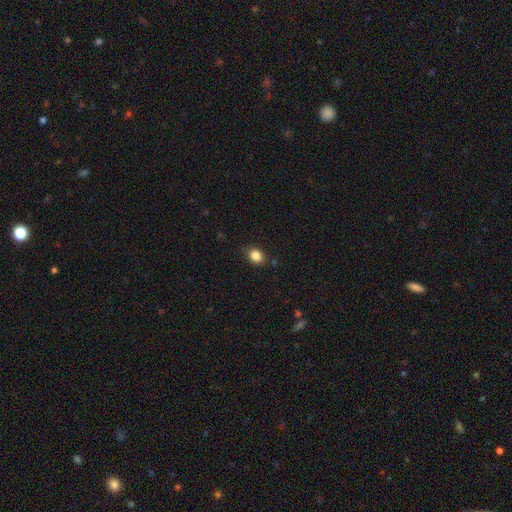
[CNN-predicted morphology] Smooth or featured?
  - smooth: 85% *
  - star or artifact: 10%
  - featured or disk: 5%
How rounded?
  - in between: 56% *
  - round: 42%
  - cigar-shaped: 1%
Merging?
  - none: 83% *
  - minor disturbance: 13%
  - major disturbance: 3%
  - merger: 2%